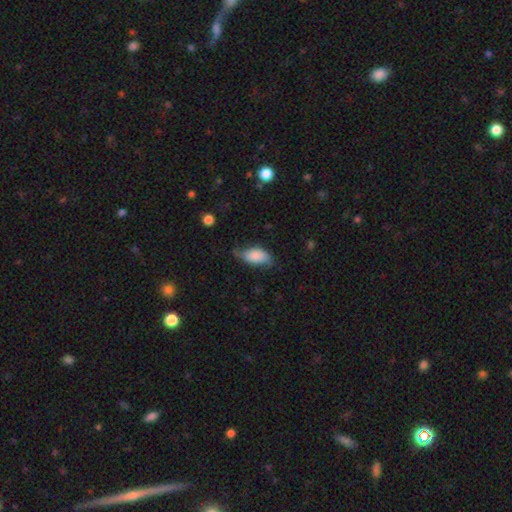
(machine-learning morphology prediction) Q: Smooth or featured?
A: smooth (75%); runner-up: featured or disk (18%)
Q: How rounded?
A: in between (92%); runner-up: cigar-shaped (4%)
Q: Merging?
A: none (45%); runner-up: minor disturbance (40%)